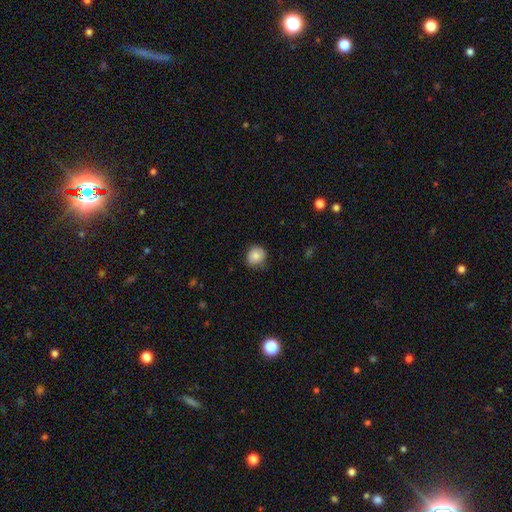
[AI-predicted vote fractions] Smooth or featured? Predicted: smooth (p=0.84). How rounded? Predicted: round (p=0.83). Merging? Predicted: none (p=0.81).